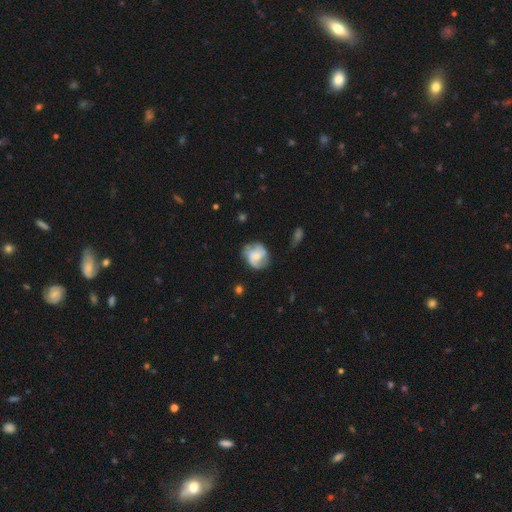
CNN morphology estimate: smooth_or_featured: featured or disk (p=0.53) [alt: smooth p=0.40]
disk_edge_on: no (p=0.97) [alt: yes p=0.03]
bar: no (p=0.68) [alt: weak p=0.27]
has_spiral_arms: yes (p=0.78) [alt: no p=0.22]
bulge_size: small (p=0.41) [alt: moderate p=0.39]
merging: none (p=0.60) [alt: minor disturbance p=0.26]